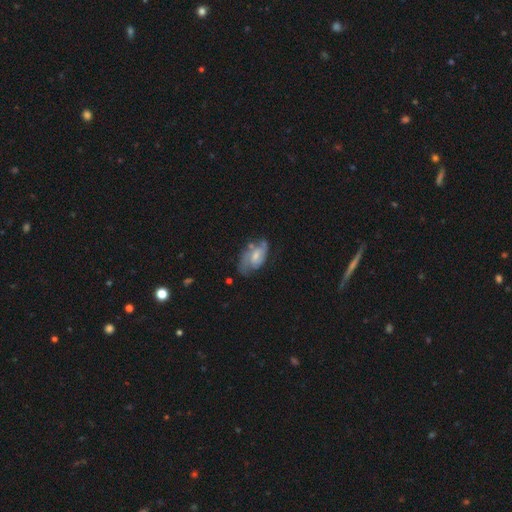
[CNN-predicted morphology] A featured or disk galaxy (62%) with no bar (47%), spiral arms (80%) and a moderate central bulge (44%). Merging: none (49%).